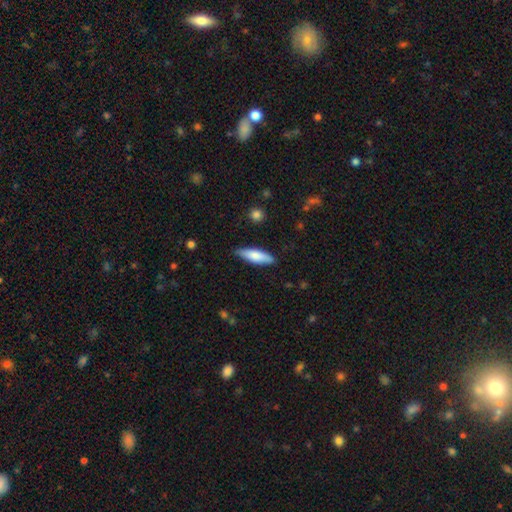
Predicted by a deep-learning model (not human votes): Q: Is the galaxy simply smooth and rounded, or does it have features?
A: smooth — 76%.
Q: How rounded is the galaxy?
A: cigar-shaped — 53%.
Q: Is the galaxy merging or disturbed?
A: none — 83%.